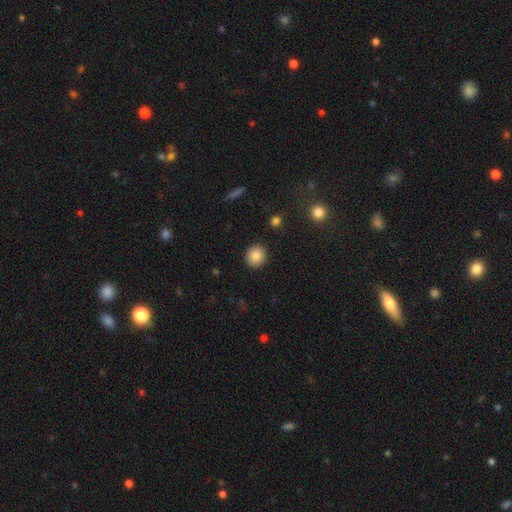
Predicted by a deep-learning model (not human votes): smooth-or-featured: smooth: 84% | star or artifact: 9% | featured or disk: 7%
  how-rounded: round: 89% | in between: 11% | cigar-shaped: 1%
  merging: none: 92% | minor disturbance: 5% | major disturbance: 2% | merger: 1%